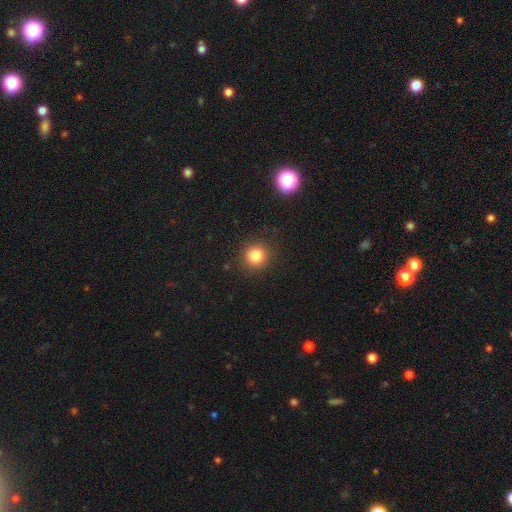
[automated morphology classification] type=smooth (83%); roundness=round (91%); merging=none (89%).